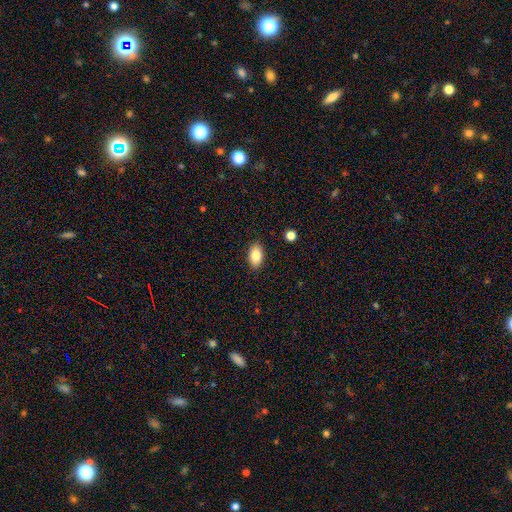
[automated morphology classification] smooth 83%, featured or disk 9%, star or artifact 8%. Down the decision tree: how rounded — in between (92%); merging — none (88%).